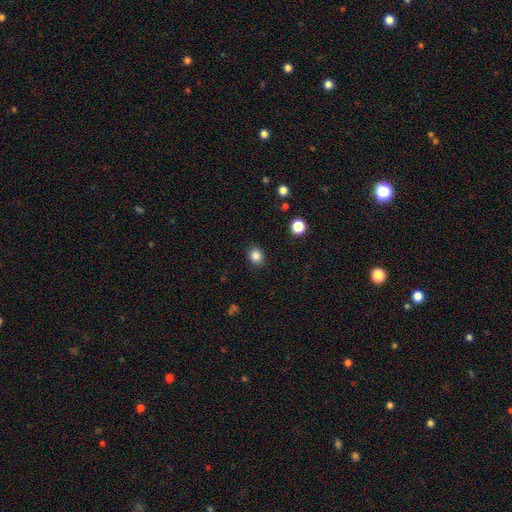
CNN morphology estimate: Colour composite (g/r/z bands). It shows a smooth galaxy with no disk features (85%) that is round (64%). Merging: none (88%).